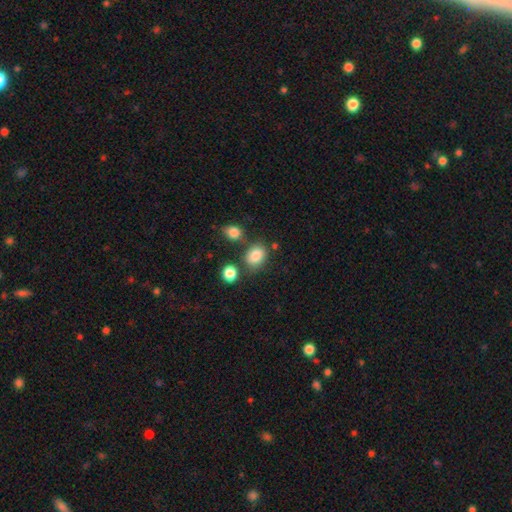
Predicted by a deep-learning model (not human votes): The model was most divided on "how rounded": in between: 62%, round: 37%, cigar-shaped: 1%. More confident: smooth or featured — smooth (83%); merging — none (67%).